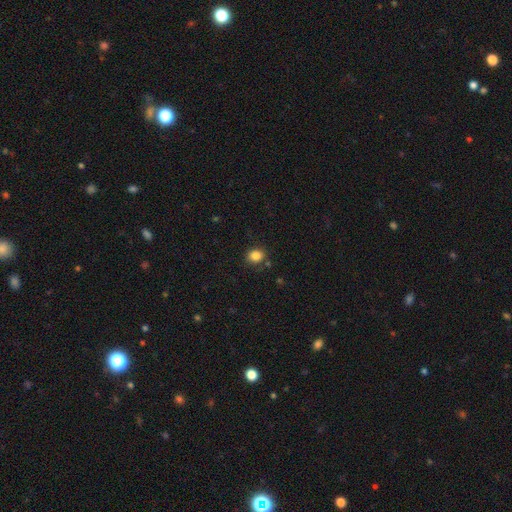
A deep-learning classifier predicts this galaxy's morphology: Smooth or featured? Predicted: smooth (p=0.84). How rounded? Predicted: round (p=0.58). Merging? Predicted: none (p=0.82).